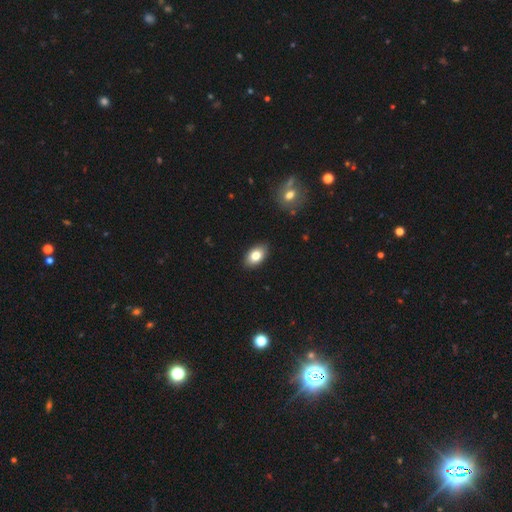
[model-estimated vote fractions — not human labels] This appears to be a smooth galaxy with no disk features (80%) that is in between round and cigar-shaped (90%). Merging: none (89%).